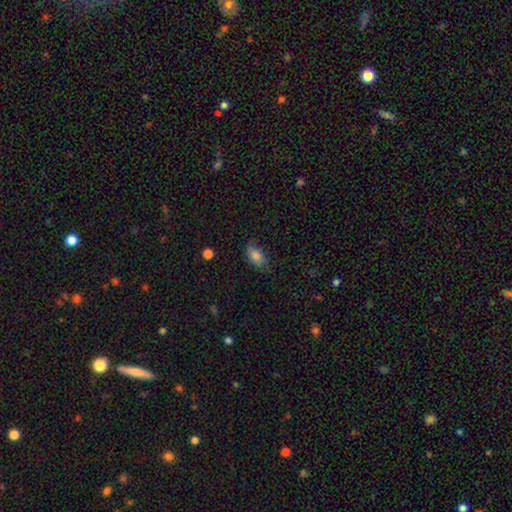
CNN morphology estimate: smooth-or-featured: smooth: 83% | featured or disk: 9% | star or artifact: 8%
  how-rounded: in between: 90% | round: 8% | cigar-shaped: 3%
  merging: none: 72% | minor disturbance: 22% | major disturbance: 5% | merger: 1%